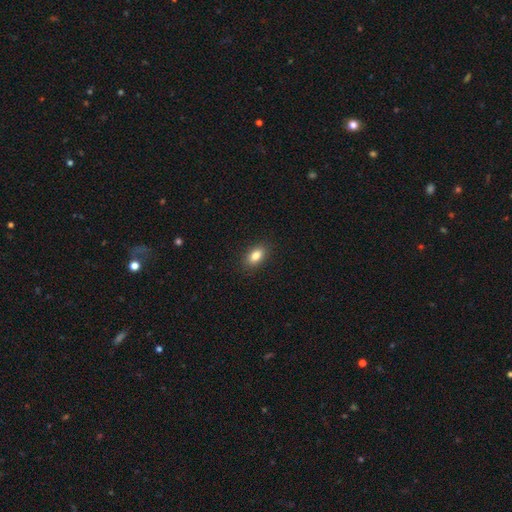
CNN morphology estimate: This is clearly a smooth galaxy (85%). How rounded: clearly in between (88%). Merging: clearly none (89%).